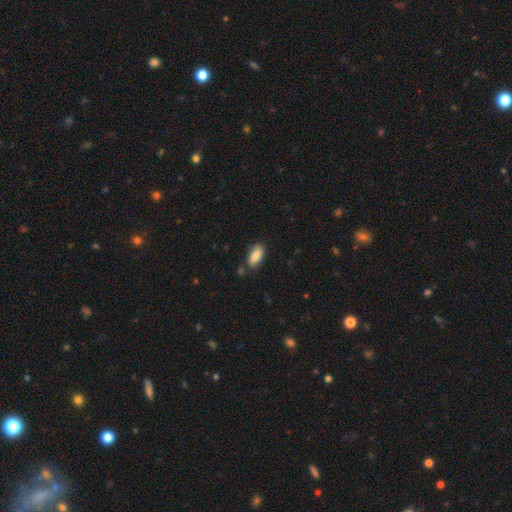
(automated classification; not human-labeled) This appears to be a smooth galaxy with no disk features (84%) that is in between round and cigar-shaped (89%). Merging: none (78%).